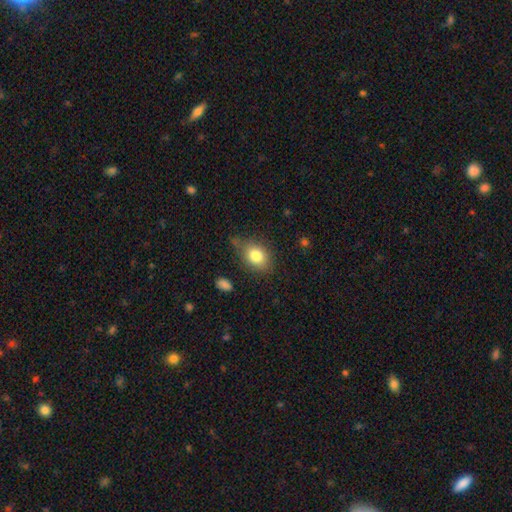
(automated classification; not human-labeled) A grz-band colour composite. It shows a smooth galaxy with no disk features (81%) that is in between round and cigar-shaped (63%). Merging: none (68%).